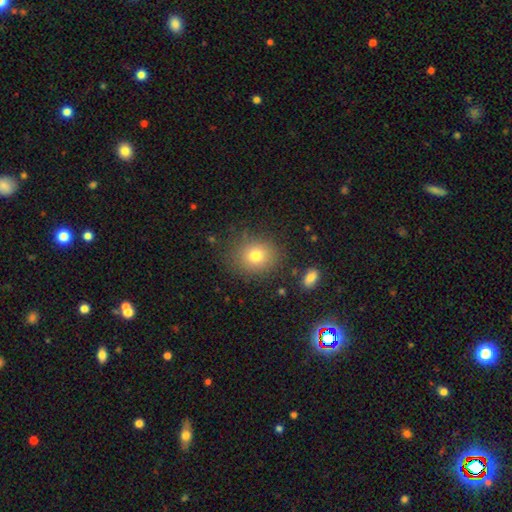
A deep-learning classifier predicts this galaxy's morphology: Smooth or featured? Predicted: smooth (p=0.77). How rounded? Predicted: round (p=0.73). Merging? Predicted: none (p=0.83).